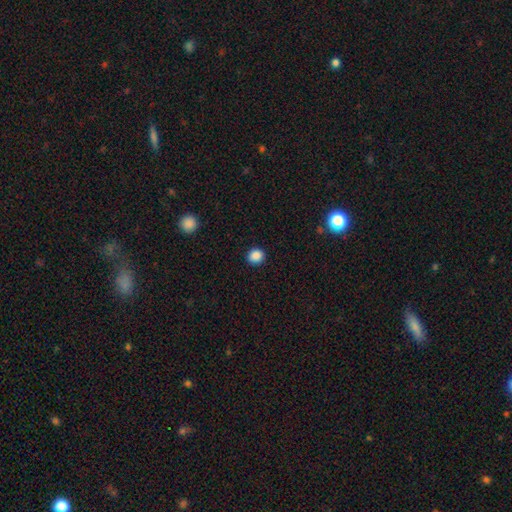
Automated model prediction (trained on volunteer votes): This appears to be a smooth galaxy with no disk features (87%) that is round (86%). Merging: none (91%).